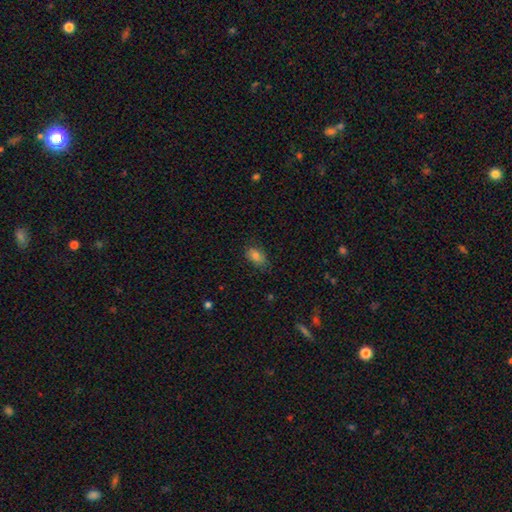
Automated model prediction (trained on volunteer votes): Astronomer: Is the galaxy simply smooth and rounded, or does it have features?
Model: smooth — 77%.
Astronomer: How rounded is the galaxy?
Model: in between — 86%.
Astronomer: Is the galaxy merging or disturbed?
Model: none — 76%.